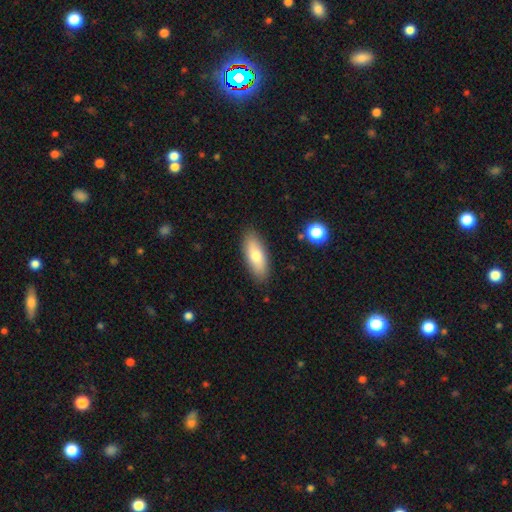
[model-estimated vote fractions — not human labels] smooth 75%, featured or disk 19%, star or artifact 7%. Down the decision tree: how rounded — in between (74%); merging — none (87%).